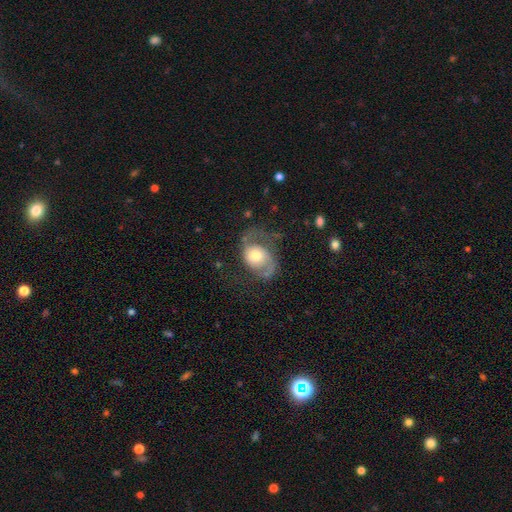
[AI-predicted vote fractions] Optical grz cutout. It shows a featured or disk galaxy (73%) with no bar (72%), 2 (77%) loose (42%, tied with medium) spiral arms (90%) and a moderate central bulge (66%). Merging: none (52%).